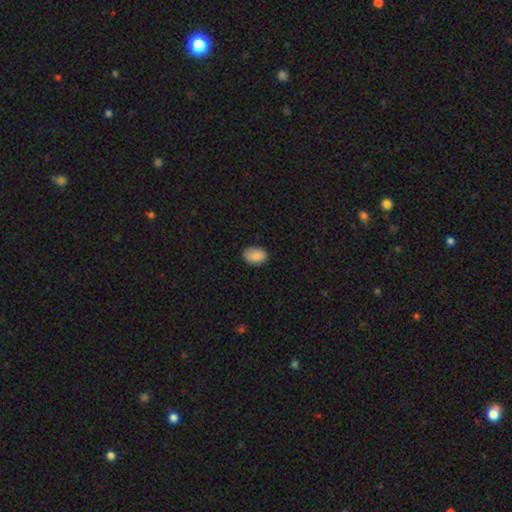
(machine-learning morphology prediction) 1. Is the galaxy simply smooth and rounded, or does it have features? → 88% smooth, 7% star or artifact, 5% featured or disk.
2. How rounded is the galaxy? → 84% in between, 15% round, 1% cigar-shaped.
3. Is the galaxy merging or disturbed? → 85% none, 12% minor disturbance, 2% major disturbance, 1% merger.